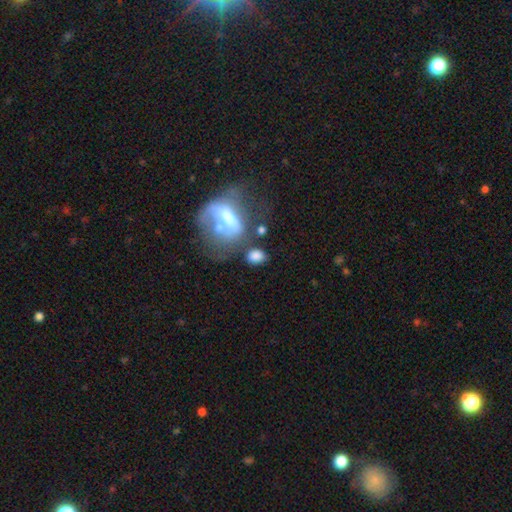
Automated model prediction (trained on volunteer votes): This appears to be a smooth galaxy with no disk features (76%) that is in between round and cigar-shaped (72%). Merging: none (48%).